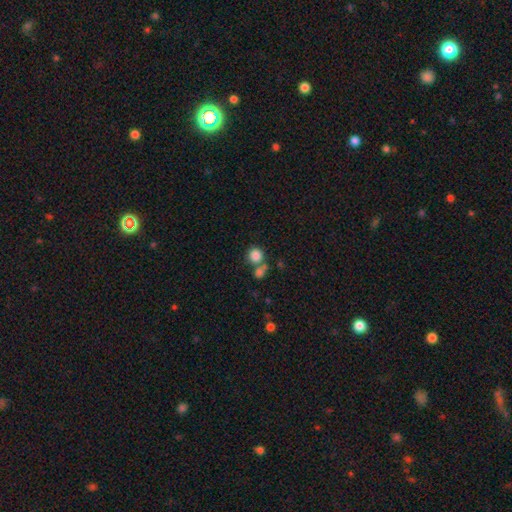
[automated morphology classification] smooth-or-featured: smooth: 82% | star or artifact: 11% | featured or disk: 7%
  how-rounded: round: 88% | in between: 11% | cigar-shaped: 1%
  merging: none: 56% | merger: 31% | minor disturbance: 9% | major disturbance: 4%